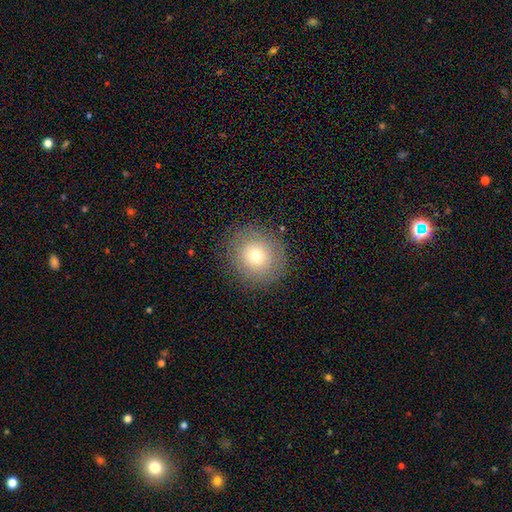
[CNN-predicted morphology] The model was most divided on "smooth or featured": smooth: 70%, featured or disk: 18%, star or artifact: 12%. More confident: how rounded — round (87%); merging — none (86%).